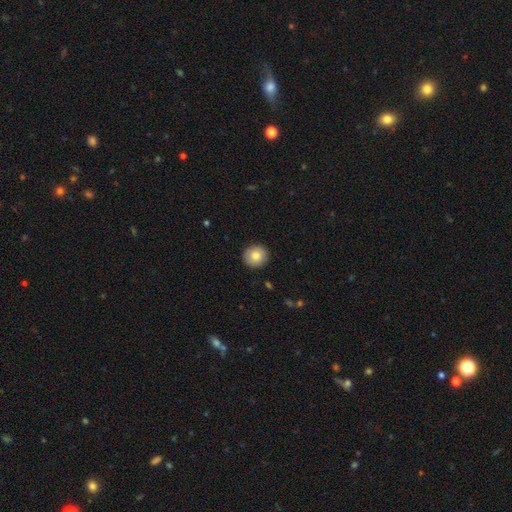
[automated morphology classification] smooth-or-featured: smooth: 82% | featured or disk: 10% | star or artifact: 8%
  how-rounded: round: 89% | in between: 10% | cigar-shaped: 1%
  merging: none: 91% | minor disturbance: 6% | major disturbance: 2% | merger: 1%